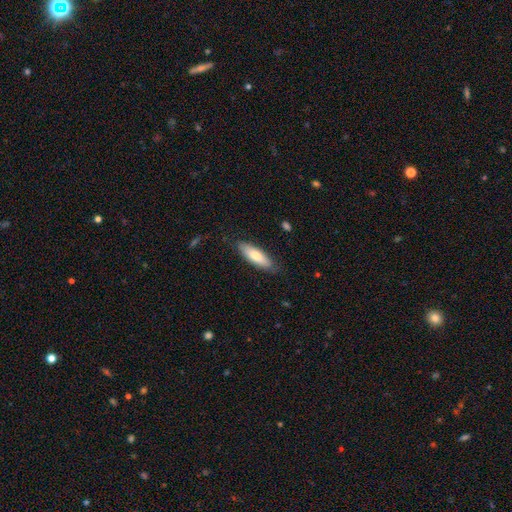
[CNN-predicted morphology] smooth 73%, featured or disk 22%, star or artifact 6%. Down the decision tree: how rounded — in between (54%); merging — none (81%).